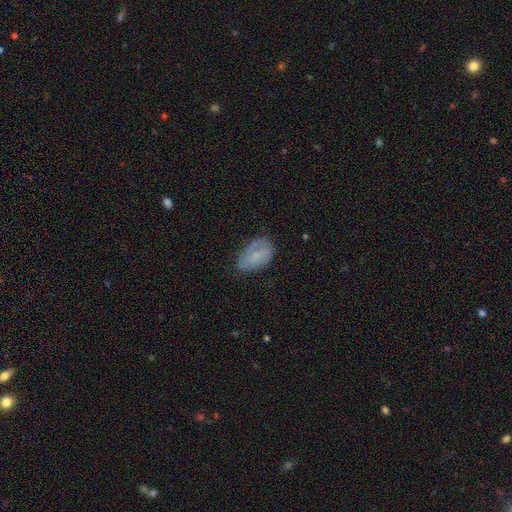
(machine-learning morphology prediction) Smooth or featured?
  - smooth: 59% *
  - featured or disk: 33%
  - star or artifact: 8%
How rounded?
  - in between: 90% *
  - round: 8%
  - cigar-shaped: 2%
Merging?
  - none: 57% *
  - minor disturbance: 30%
  - major disturbance: 11%
  - merger: 2%